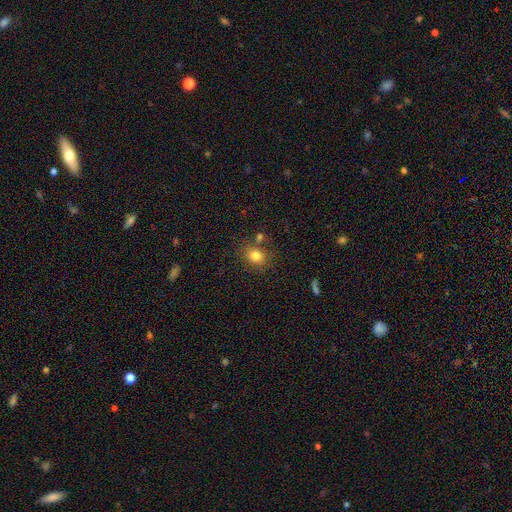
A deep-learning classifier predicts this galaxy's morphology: A smooth galaxy with no disk features (80%) that is round (63%). Merging: none (70%).